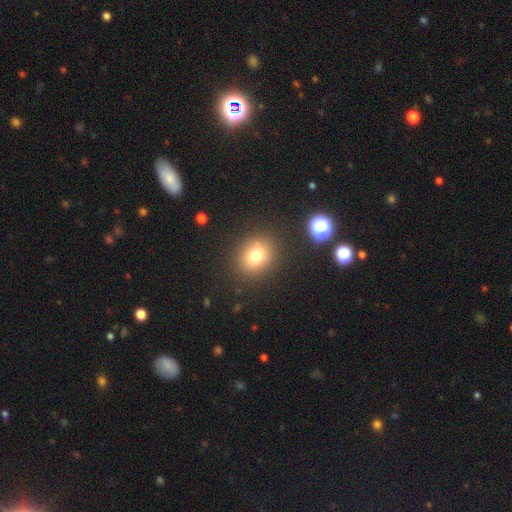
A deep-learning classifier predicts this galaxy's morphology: Smooth or featured? smooth (75%)
How rounded? round (70%)
Merging? none (85%)